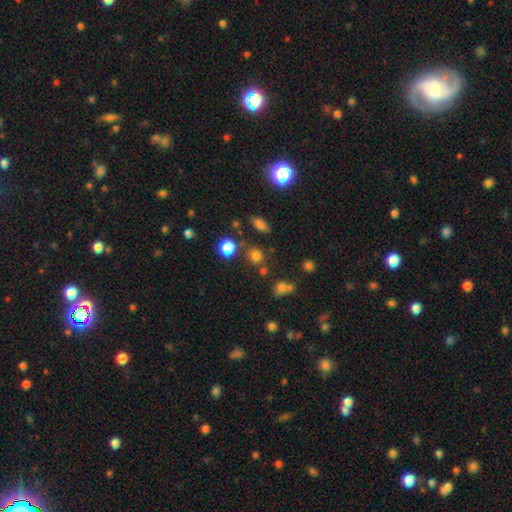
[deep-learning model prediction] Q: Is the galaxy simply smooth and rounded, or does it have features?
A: smooth — 74%.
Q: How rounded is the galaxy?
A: round — 76%.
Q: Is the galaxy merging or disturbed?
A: none — 75%.